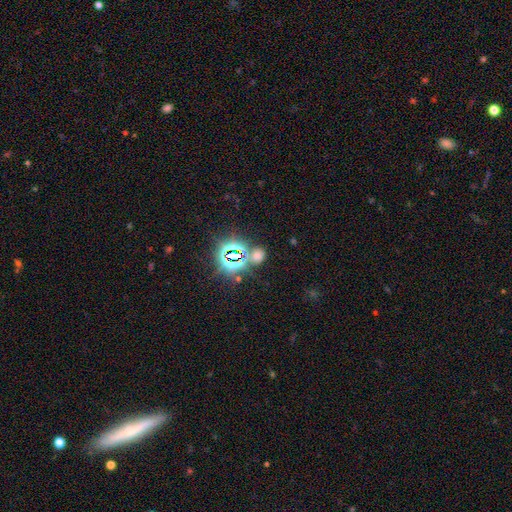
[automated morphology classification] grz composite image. It shows a star or artifact, not a galaxy (63%).